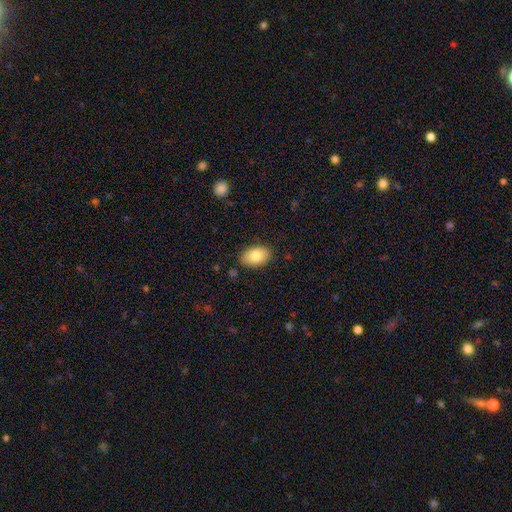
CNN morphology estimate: smooth 80%, featured or disk 13%, star or artifact 7%. Down the decision tree: how rounded — in between (90%); merging — none (86%).